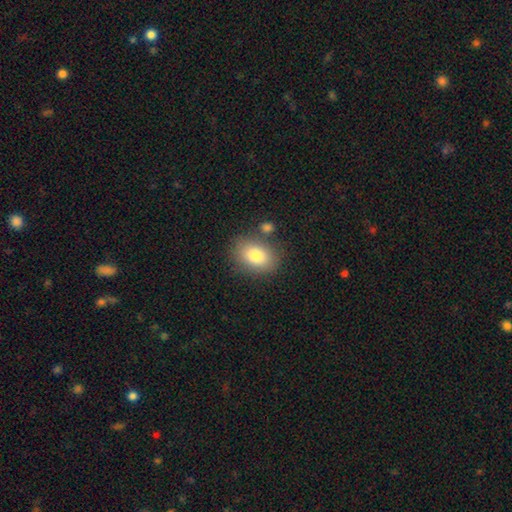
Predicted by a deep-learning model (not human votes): Smooth or featured? smooth (82%)
How rounded? in between (75%)
Merging? none (76%)